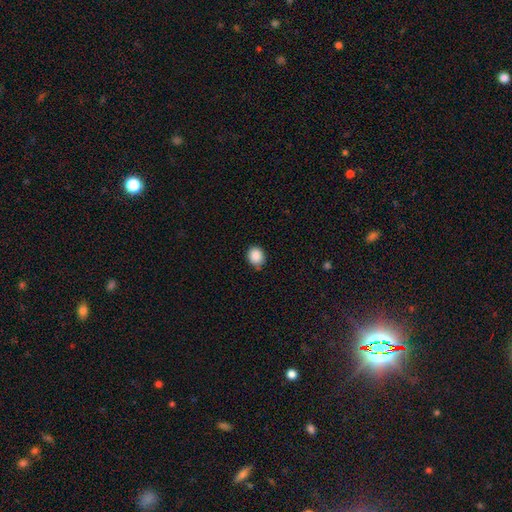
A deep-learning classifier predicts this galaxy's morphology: Smooth or featured?
  - smooth: 88% *
  - star or artifact: 9%
  - featured or disk: 3%
How rounded?
  - round: 72% *
  - in between: 27%
  - cigar-shaped: 1%
Merging?
  - none: 79% *
  - minor disturbance: 16%
  - major disturbance: 2%
  - merger: 2%